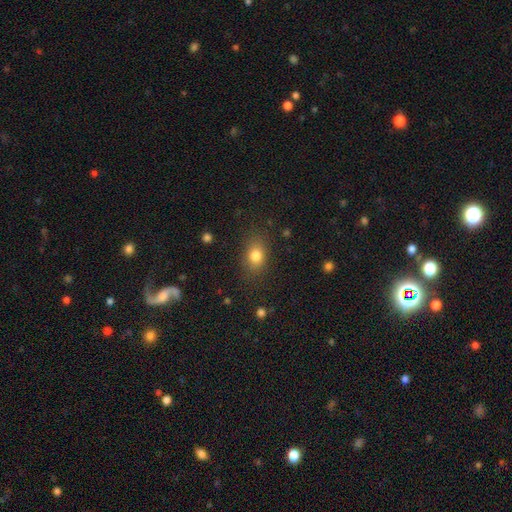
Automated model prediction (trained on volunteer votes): Smooth or featured?
  - smooth: 81% *
  - star or artifact: 11%
  - featured or disk: 8%
How rounded?
  - in between: 69% *
  - round: 30%
  - cigar-shaped: 2%
Merging?
  - none: 83% *
  - minor disturbance: 12%
  - major disturbance: 4%
  - merger: 1%